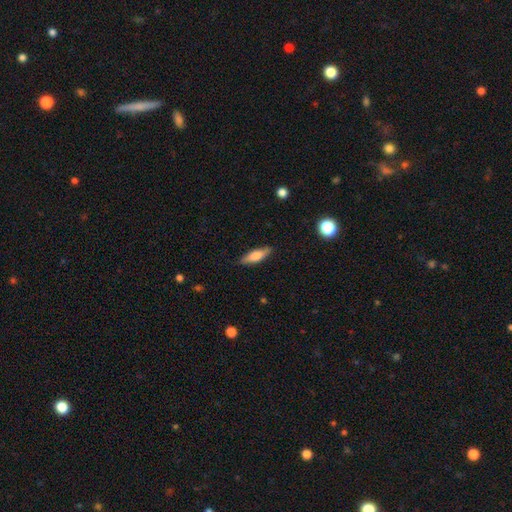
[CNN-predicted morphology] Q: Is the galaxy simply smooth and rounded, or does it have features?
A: smooth — 65%.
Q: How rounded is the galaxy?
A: cigar-shaped — 54%.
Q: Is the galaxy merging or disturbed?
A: none — 85%.